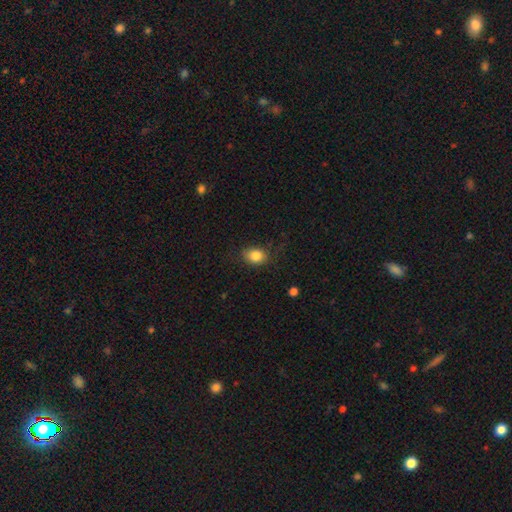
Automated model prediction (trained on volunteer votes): smooth_or_featured: smooth (p=0.84) [alt: star or artifact p=0.09]
how_rounded: in between (p=0.63) [alt: round p=0.36]
merging: none (p=0.72) [alt: minor disturbance p=0.20]